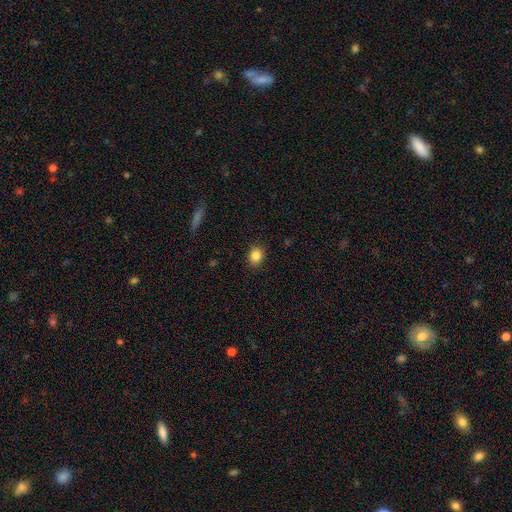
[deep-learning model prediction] Smooth or featured? smooth (84%)
How rounded? round (55%)
Merging? none (89%)